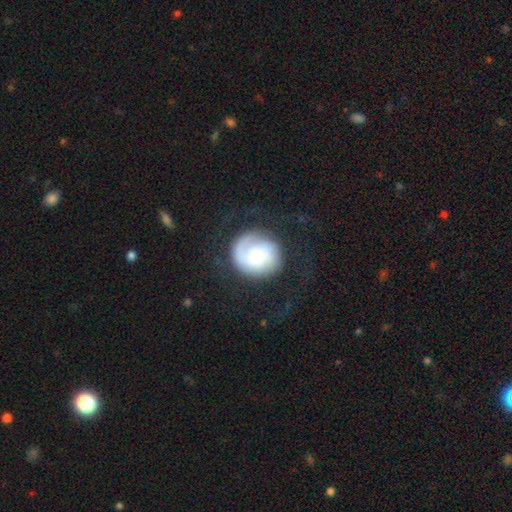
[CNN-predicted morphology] Overall: featured or disk (59%; smooth 32%). Edge-on disk: no (98%). Bar: no (70%). Spiral arms: yes (87%). Spiral arm count: 1 (54%; 2 29%). Spiral winding: tight (49%; medium 31%). Bulge size: large (27%; moderate 26%). Merging: none (61%).